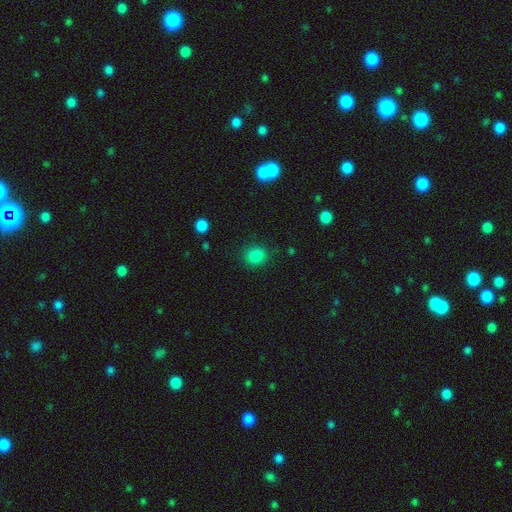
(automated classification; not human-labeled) Morphology: type=smooth (85%); roundness=round (78%); merging=none (85%).